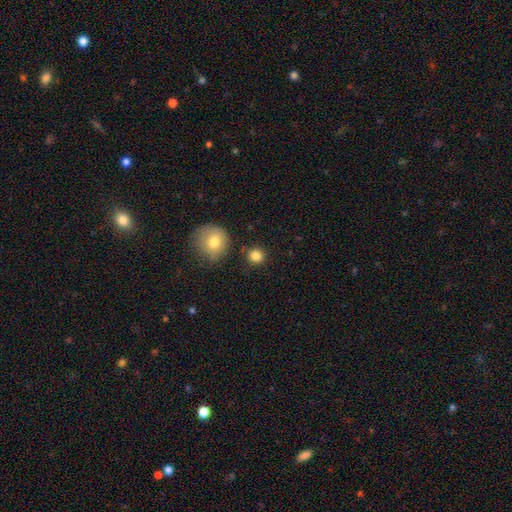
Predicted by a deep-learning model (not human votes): Morphology: type=smooth (83%); roundness=round (93%); merging=none (86%).